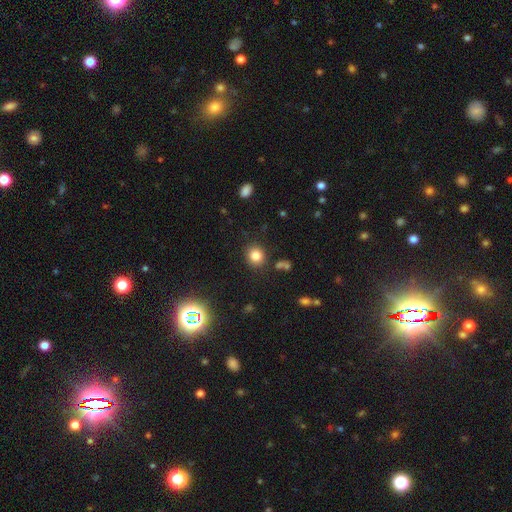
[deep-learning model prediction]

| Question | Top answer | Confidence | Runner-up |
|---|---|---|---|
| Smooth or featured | smooth | 81% | star or artifact (13%) |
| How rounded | round | 82% | in between (18%) |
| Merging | none | 86% | minor disturbance (8%) |